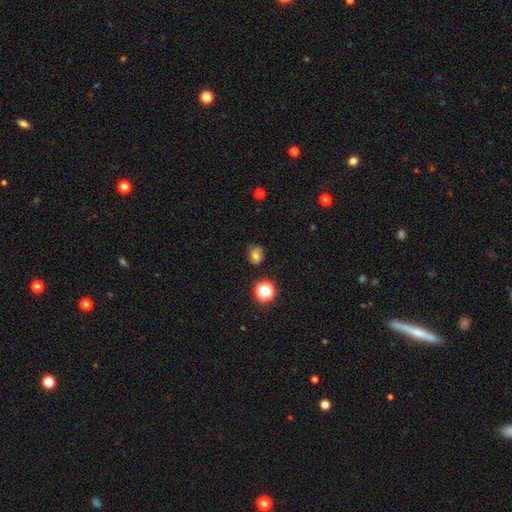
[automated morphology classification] This appears to be a smooth galaxy with no disk features (64%) that is round (66%). Merging: none (74%).